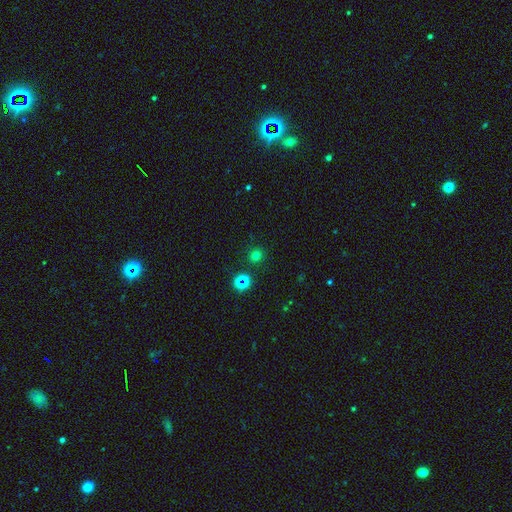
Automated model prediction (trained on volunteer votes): Smooth or featured?
  - smooth: 70% *
  - star or artifact: 25%
  - featured or disk: 5%
How rounded?
  - round: 91% *
  - in between: 8%
  - cigar-shaped: 1%
Merging?
  - none: 87% *
  - minor disturbance: 7%
  - merger: 3%
  - major disturbance: 3%